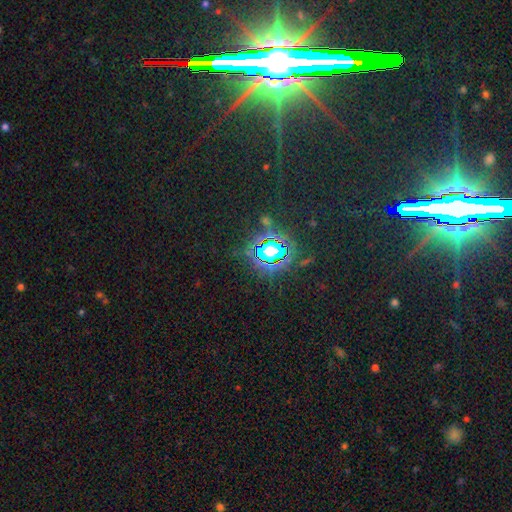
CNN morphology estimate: type=star or artifact (78%).